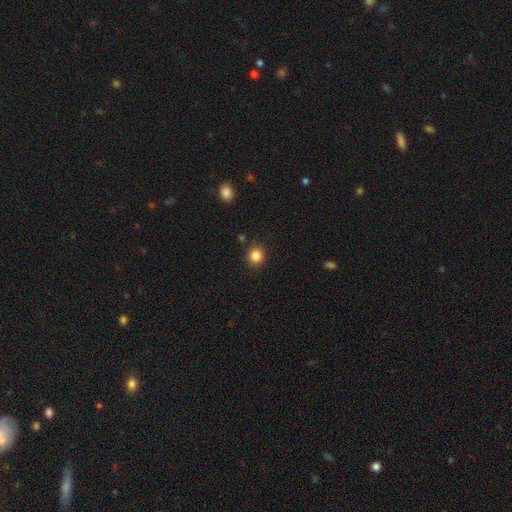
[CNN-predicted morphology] type=smooth (85%); roundness=round (87%); merging=none (88%).